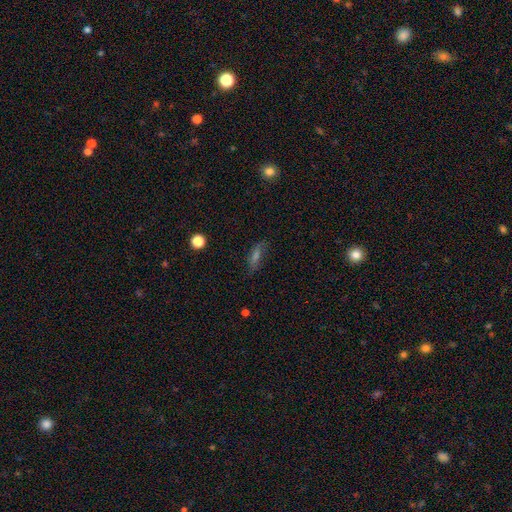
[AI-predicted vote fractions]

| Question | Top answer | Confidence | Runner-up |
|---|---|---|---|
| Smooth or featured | smooth | 47% | featured or disk (35%) |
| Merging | none | 73% | minor disturbance (18%) |